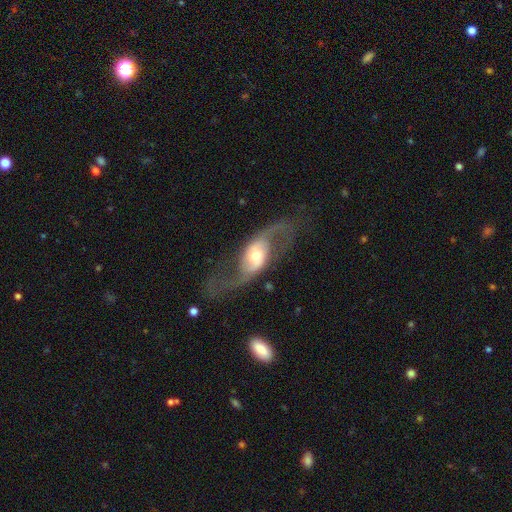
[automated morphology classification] featured or disk 85%, smooth 11%, star or artifact 5%. Down the decision tree: edge-on disk — no (93%); bar — no (43%); spiral arms — yes (92%); spiral arm count — 2 (93%); spiral winding — loose (72%); bulge size — moderate (64%); merging — none (69%).